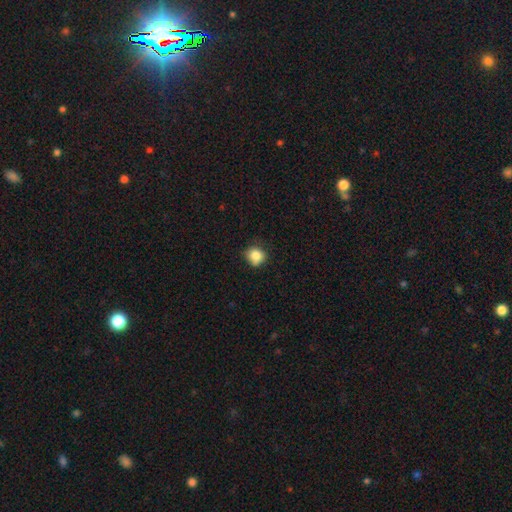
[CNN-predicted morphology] A smooth galaxy with no disk features (83%) that is round (84%). Merging: none (69%).